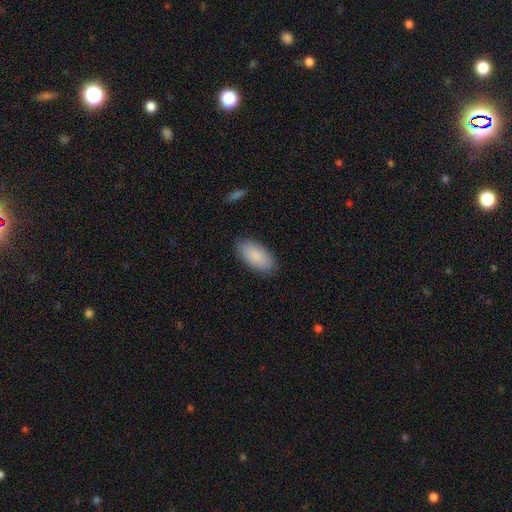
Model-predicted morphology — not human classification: smooth 88%, featured or disk 6%, star or artifact 6%. Down the decision tree: how rounded — in between (94%); merging — none (87%).